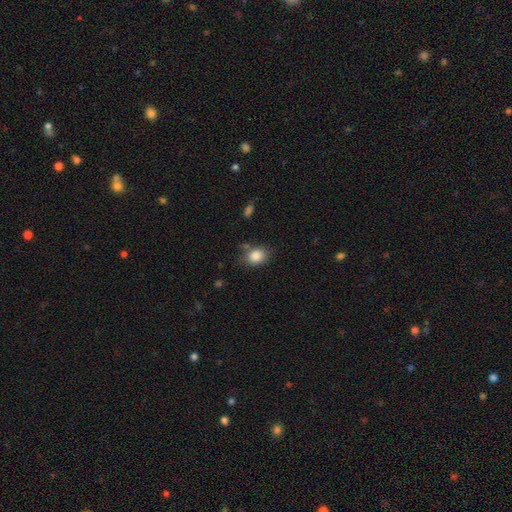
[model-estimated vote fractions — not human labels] smooth-or-featured: smooth: 85% | star or artifact: 9% | featured or disk: 6%
  how-rounded: in between: 63% | round: 36% | cigar-shaped: 1%
  merging: none: 72% | minor disturbance: 17% | merger: 6% | major disturbance: 5%